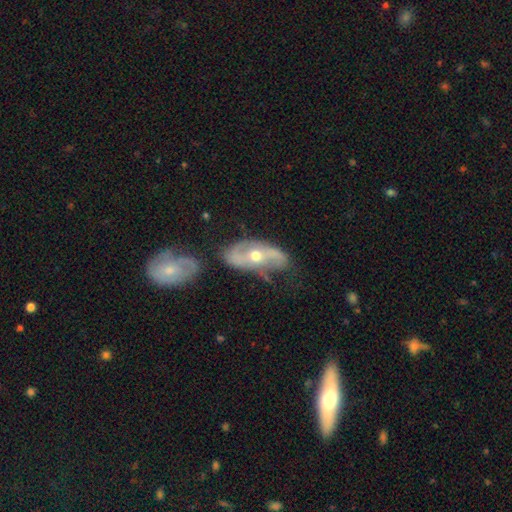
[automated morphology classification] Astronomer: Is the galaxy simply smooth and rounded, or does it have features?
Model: featured or disk — 75%.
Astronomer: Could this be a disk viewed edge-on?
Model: no — 88%.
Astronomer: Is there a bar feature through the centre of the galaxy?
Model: no — 58%.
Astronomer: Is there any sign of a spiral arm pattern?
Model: yes — 78%.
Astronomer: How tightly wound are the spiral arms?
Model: loose — 38% (runner-up: medium, 36%).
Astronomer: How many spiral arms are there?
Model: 2 — 73%.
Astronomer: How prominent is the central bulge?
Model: moderate — 61%.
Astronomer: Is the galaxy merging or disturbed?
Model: none — 49% (runner-up: minor disturbance, 25%).